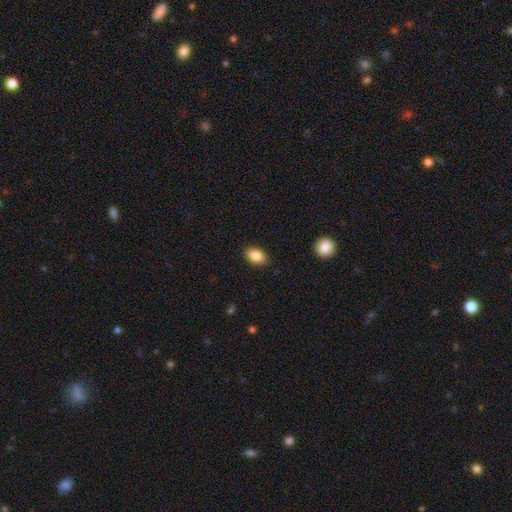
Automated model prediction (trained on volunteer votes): Smooth or featured? smooth (87%)
How rounded? in between (84%)
Merging? none (87%)